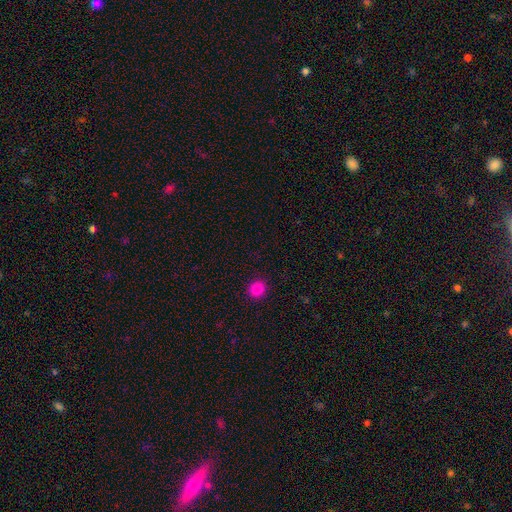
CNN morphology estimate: Smooth or featured?
  - smooth: 75% *
  - star or artifact: 21%
  - featured or disk: 4%
How rounded?
  - round: 83% *
  - in between: 15%
  - cigar-shaped: 1%
Merging?
  - none: 92% *
  - minor disturbance: 5%
  - major disturbance: 2%
  - merger: 1%